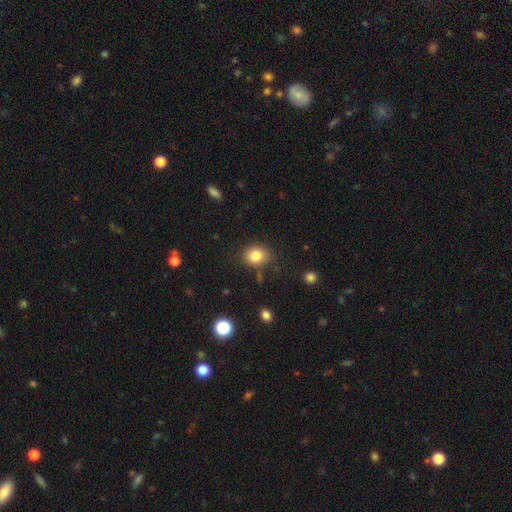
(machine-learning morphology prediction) This appears to be a smooth galaxy with no disk features (82%) that is round (60%). Merging: none (81%).